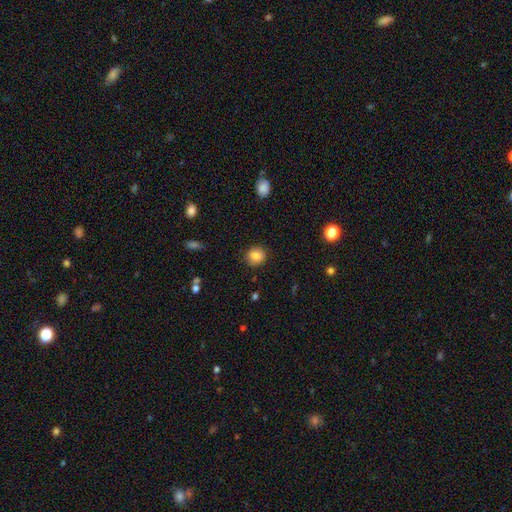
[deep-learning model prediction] The model was most divided on "how rounded": round: 84%, in between: 15%, cigar-shaped: 1%. More confident: merging — none (89%); smooth or featured — smooth (82%).